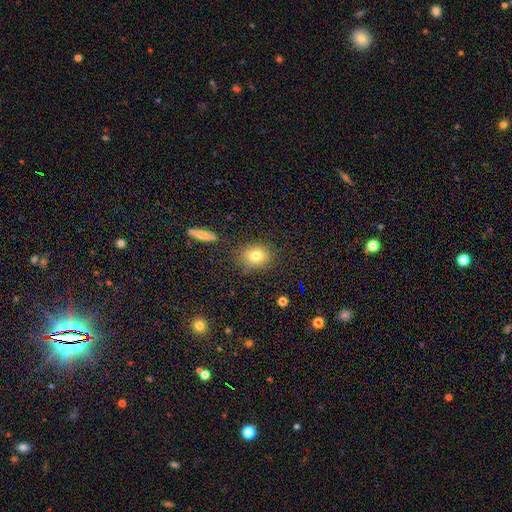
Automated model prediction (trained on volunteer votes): Overall: smooth (77%). How rounded: round (56%; in between 42%). Merging: none (82%).